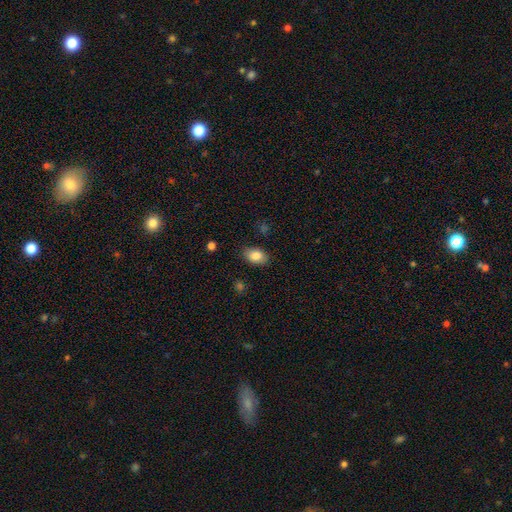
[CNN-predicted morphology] This appears to be a smooth galaxy with no disk features (85%) that is in between round and cigar-shaped (86%). Merging: none (83%).